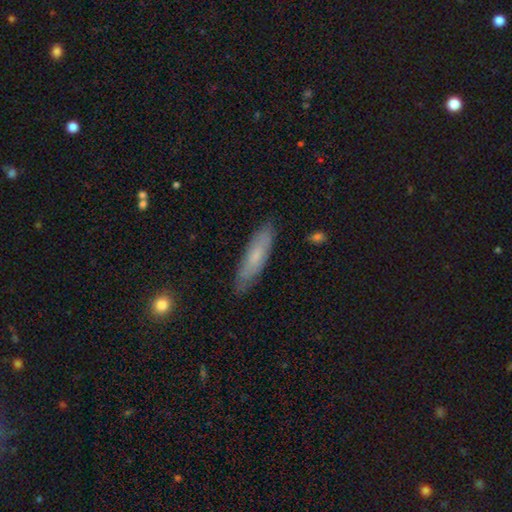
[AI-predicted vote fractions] smooth 62%, featured or disk 32%, star or artifact 7%. Down the decision tree: how rounded — cigar-shaped (69%); merging — none (83%).